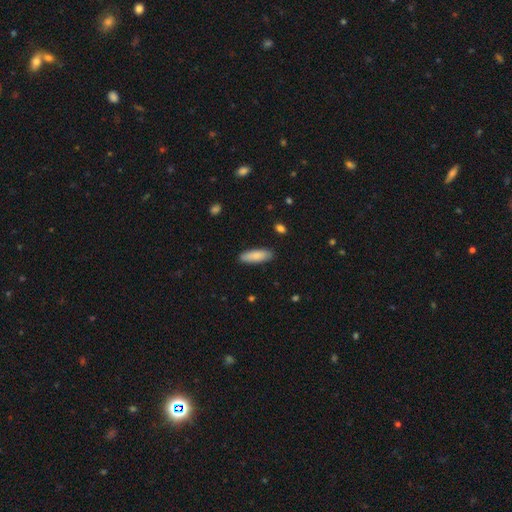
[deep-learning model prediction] Morphology: type=smooth (86%); roundness=in between (56%); merging=none (88%).